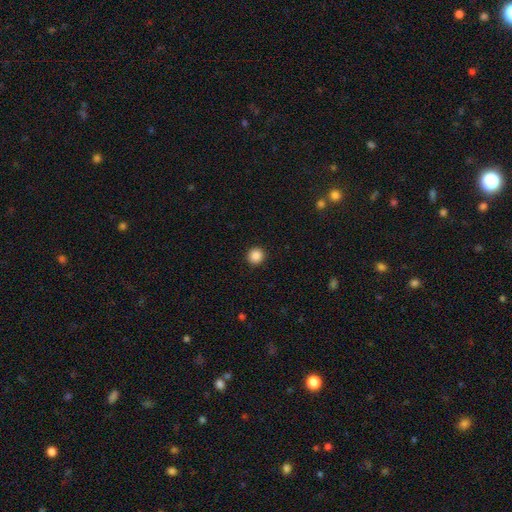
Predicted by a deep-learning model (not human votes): Smooth or featured? Predicted: smooth (p=0.88). How rounded? Predicted: round (p=0.93). Merging? Predicted: none (p=0.93).